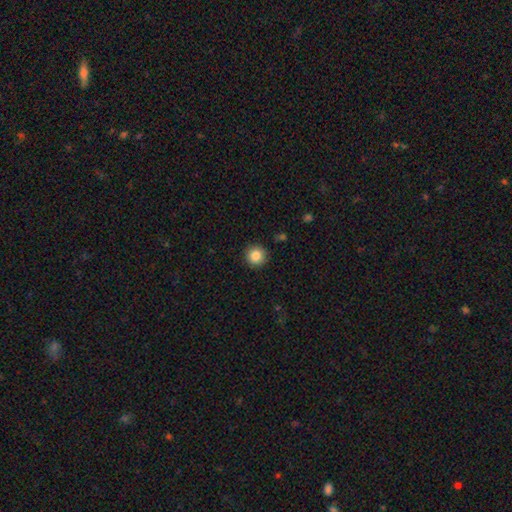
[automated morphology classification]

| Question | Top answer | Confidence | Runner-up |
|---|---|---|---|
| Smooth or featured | smooth | 85% | star or artifact (10%) |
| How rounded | round | 95% | in between (4%) |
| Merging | none | 91% | minor disturbance (6%) |